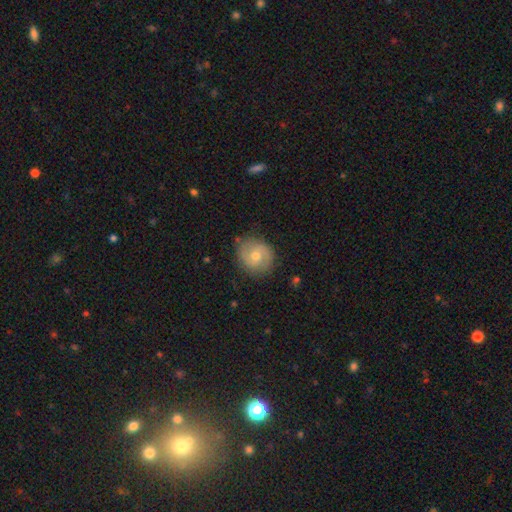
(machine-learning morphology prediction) Smooth or featured: featured or disk — 46% (tied with smooth — 46%)
Merging: none — 81% (minor disturbance — 14%)